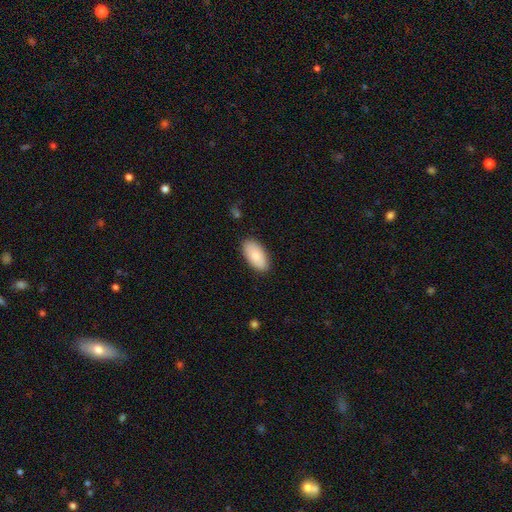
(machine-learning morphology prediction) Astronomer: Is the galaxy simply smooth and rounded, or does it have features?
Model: smooth — 84%.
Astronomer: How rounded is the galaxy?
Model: in between — 95%.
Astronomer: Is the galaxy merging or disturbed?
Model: none — 87%.